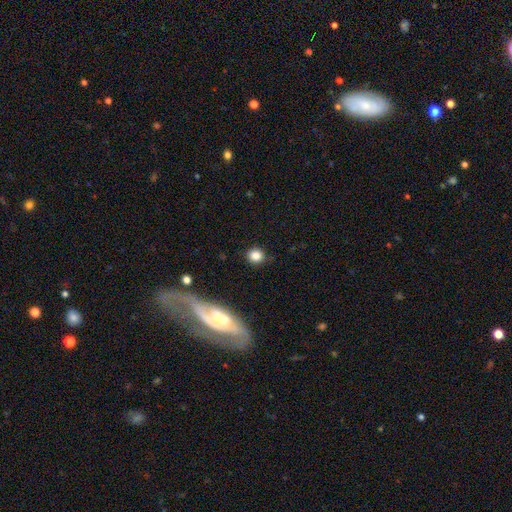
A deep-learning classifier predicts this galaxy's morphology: This is clearly a smooth galaxy (83%). How rounded: clearly round (89%). Merging: clearly none (87%).